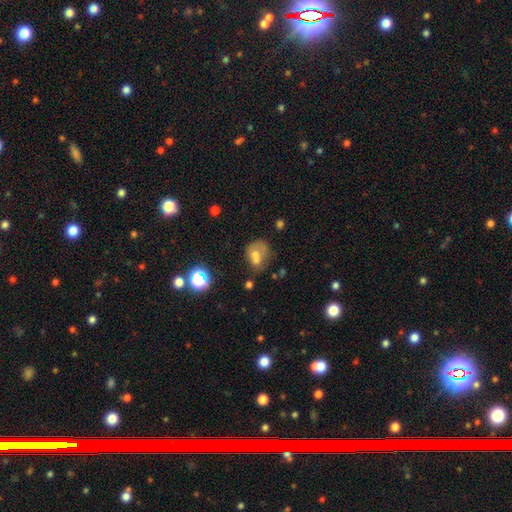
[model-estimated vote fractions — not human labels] Smooth or featured? Predicted: smooth (p=0.61). How rounded? Predicted: in between (p=0.52). Merging? Predicted: merger (p=0.45).